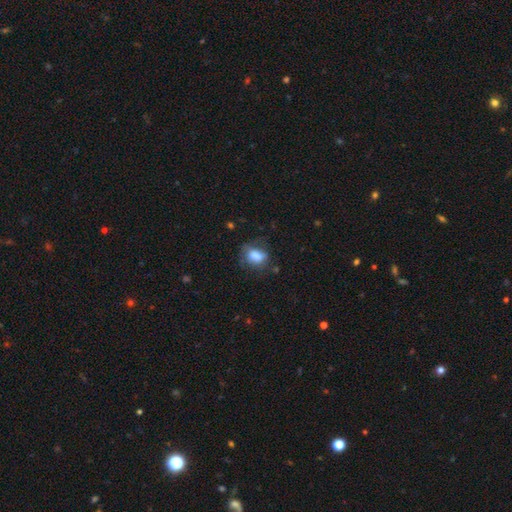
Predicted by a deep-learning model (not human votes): Morphology: type=smooth (76%); roundness=in between (71%); merging=none (55%).